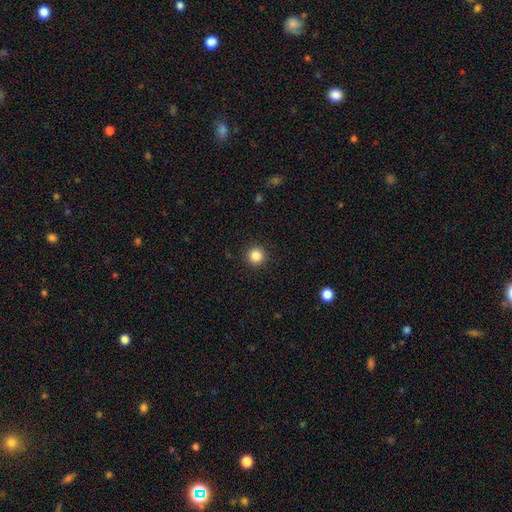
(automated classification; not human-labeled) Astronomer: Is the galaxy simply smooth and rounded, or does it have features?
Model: smooth — 86%.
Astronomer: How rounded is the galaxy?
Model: round — 96%.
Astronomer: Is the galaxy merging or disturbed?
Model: none — 92%.